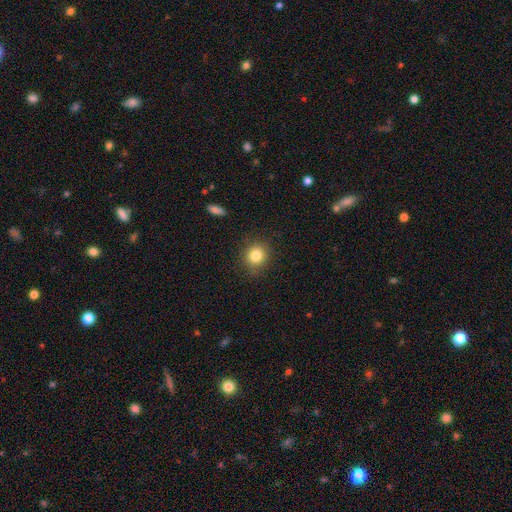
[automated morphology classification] Smooth or featured? Predicted: smooth (p=0.82). How rounded? Predicted: round (p=0.85). Merging? Predicted: none (p=0.87).